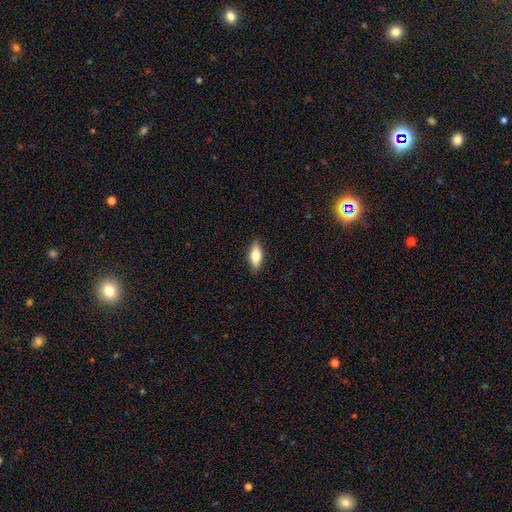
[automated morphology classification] The model was most divided on "smooth or featured": smooth: 69%, featured or disk: 24%, star or artifact: 7%. More confident: merging — none (88%); how rounded — in between (72%).